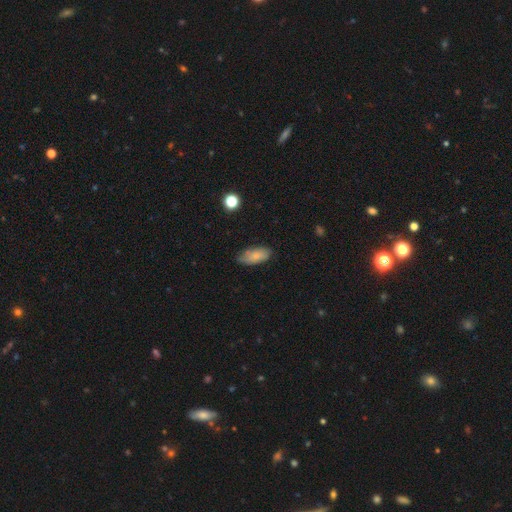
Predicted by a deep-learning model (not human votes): This is likely a smooth galaxy (79%). How rounded: clearly in between (88%). Merging: likely none (74%).